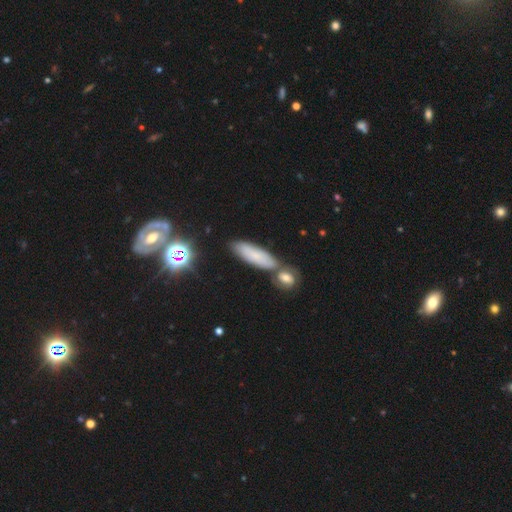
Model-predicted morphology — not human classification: type=smooth (66%); roundness=cigar-shaped (52%); merging=none (66%).